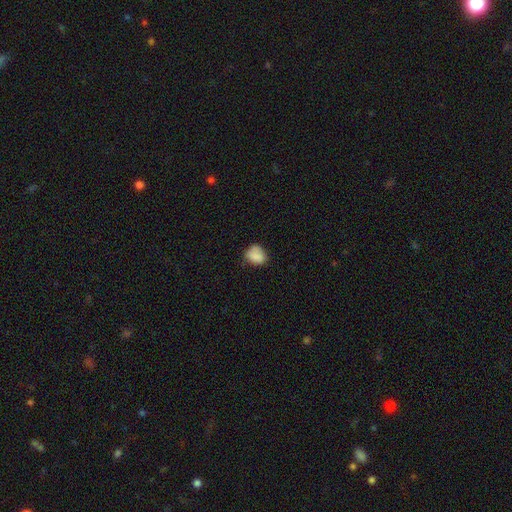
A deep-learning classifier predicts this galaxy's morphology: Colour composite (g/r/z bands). It shows a smooth galaxy with no disk features (81%) that is in between round and cigar-shaped (55%). Merging: none (55%).